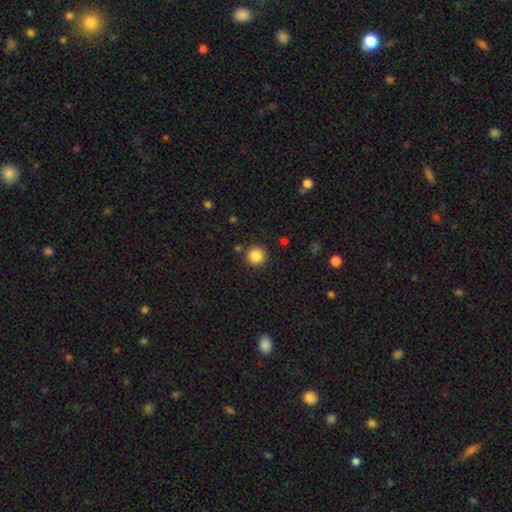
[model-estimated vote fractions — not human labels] smooth 86%, star or artifact 10%, featured or disk 4%. Down the decision tree: how rounded — round (95%); merging — none (89%).